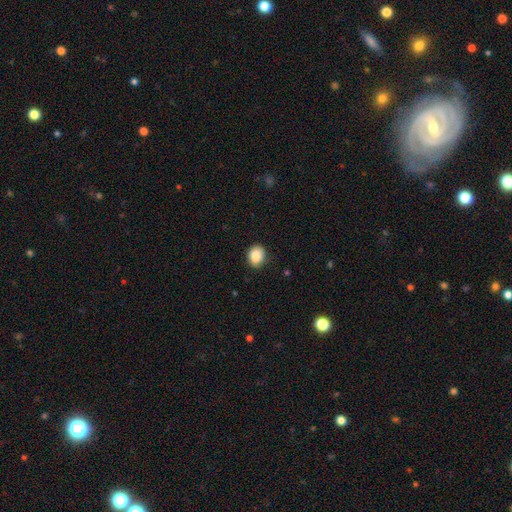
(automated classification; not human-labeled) The model was most divided on "how rounded": round: 53%, in between: 46%, cigar-shaped: 1%. More confident: smooth or featured — smooth (89%); merging — none (85%).